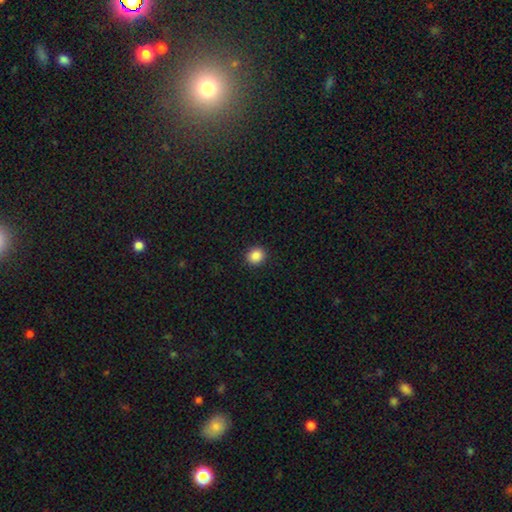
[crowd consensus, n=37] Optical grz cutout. It shows a smooth galaxy with no disk features (89%) that is round (91%). Merging: none (91%).